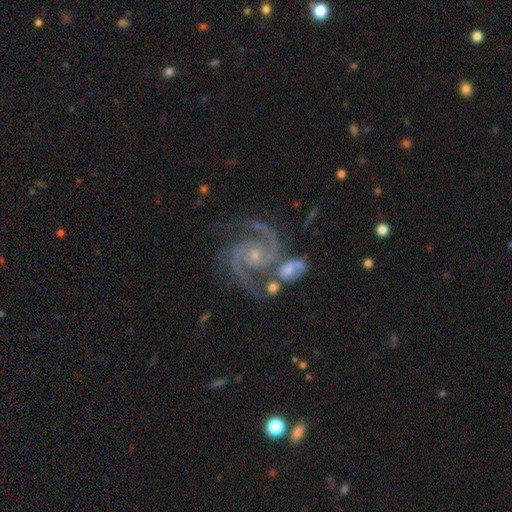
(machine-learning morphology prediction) featured or disk 90%, star or artifact 7%, smooth 3%. Down the decision tree: edge-on disk — no (98%); bar — no (53%); spiral arms — yes (98%); spiral arm count — 2 (60%); spiral winding — medium (51%); bulge size — small (70%); merging — none (54%).